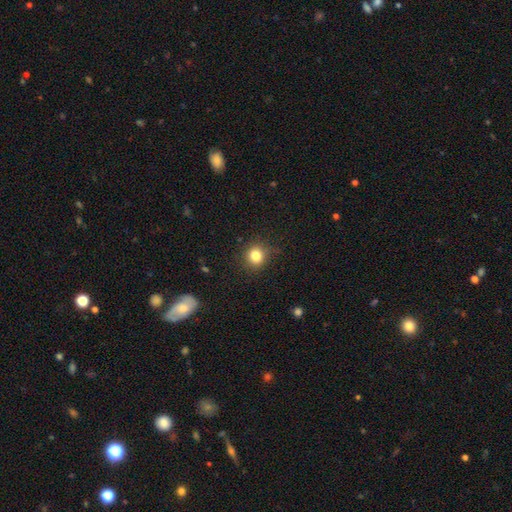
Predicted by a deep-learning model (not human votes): Morphology: type=smooth (82%); roundness=round (87%); merging=none (86%).